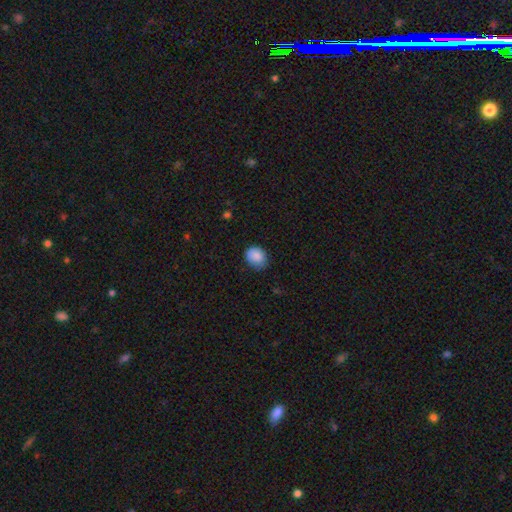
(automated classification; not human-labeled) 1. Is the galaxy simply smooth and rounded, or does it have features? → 87% smooth, 8% star or artifact, 5% featured or disk.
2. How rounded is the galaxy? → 57% round, 42% in between, 1% cigar-shaped.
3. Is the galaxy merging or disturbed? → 68% none, 26% minor disturbance, 5% major disturbance, 1% merger.